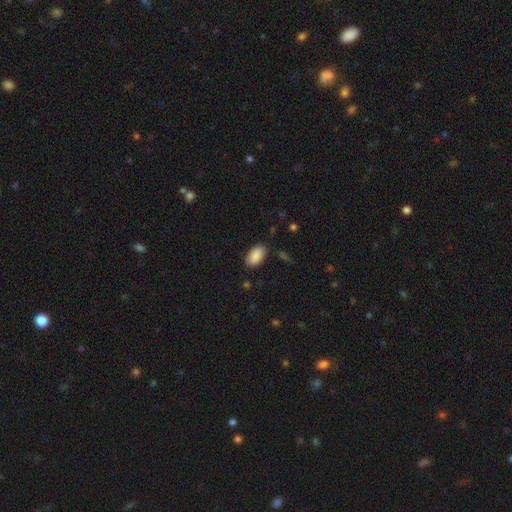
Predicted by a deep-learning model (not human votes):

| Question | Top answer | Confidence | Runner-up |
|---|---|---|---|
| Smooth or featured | smooth | 89% | star or artifact (7%) |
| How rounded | in between | 94% | round (3%) |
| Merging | none | 85% | minor disturbance (11%) |